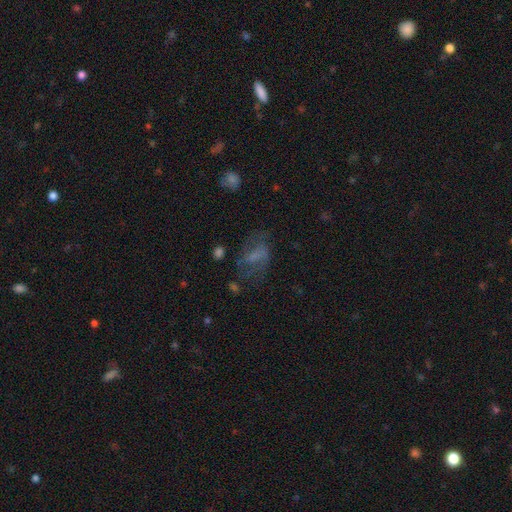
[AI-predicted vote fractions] Q: Smooth or featured?
A: featured or disk (43%); runner-up: smooth (40%)
Q: Merging?
A: none (47%); runner-up: major disturbance (29%)